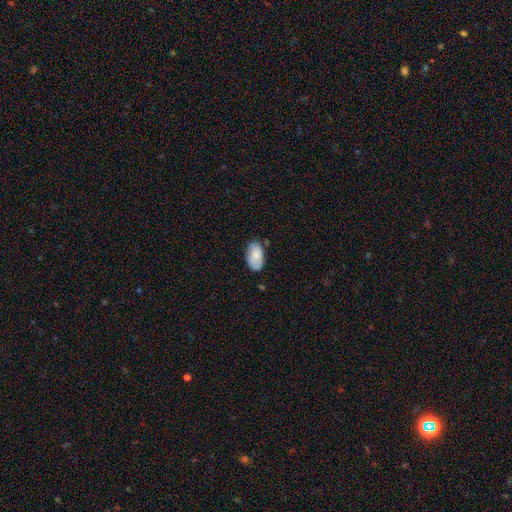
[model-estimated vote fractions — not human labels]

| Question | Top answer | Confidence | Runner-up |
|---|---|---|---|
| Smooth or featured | smooth | 76% | featured or disk (17%) |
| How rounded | in between | 93% | round (5%) |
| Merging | none | 67% | minor disturbance (25%) |